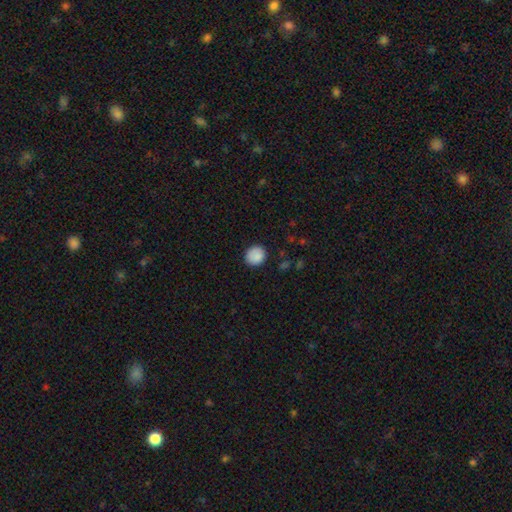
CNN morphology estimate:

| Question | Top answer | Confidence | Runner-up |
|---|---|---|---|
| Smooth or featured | smooth | 88% | star or artifact (8%) |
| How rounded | round | 84% | in between (15%) |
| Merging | none | 87% | minor disturbance (10%) |